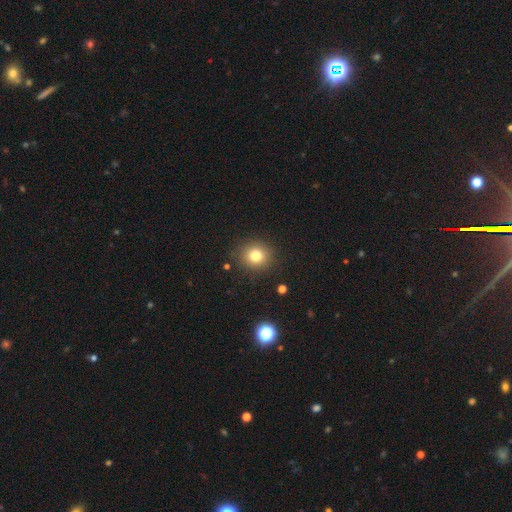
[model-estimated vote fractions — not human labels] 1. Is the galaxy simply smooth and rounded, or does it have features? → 79% smooth, 13% star or artifact, 7% featured or disk.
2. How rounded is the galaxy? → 83% round, 16% in between, 1% cigar-shaped.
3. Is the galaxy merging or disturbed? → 88% none, 8% minor disturbance, 3% major disturbance, 2% merger.